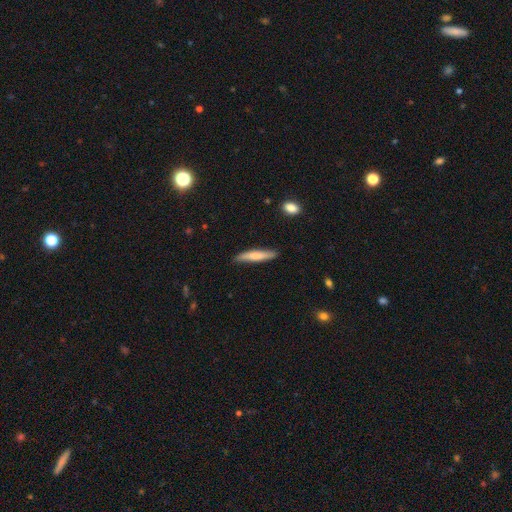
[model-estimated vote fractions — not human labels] This appears to be a smooth galaxy with no disk features (72%) that is cigar-shaped (90%). Merging: none (85%).